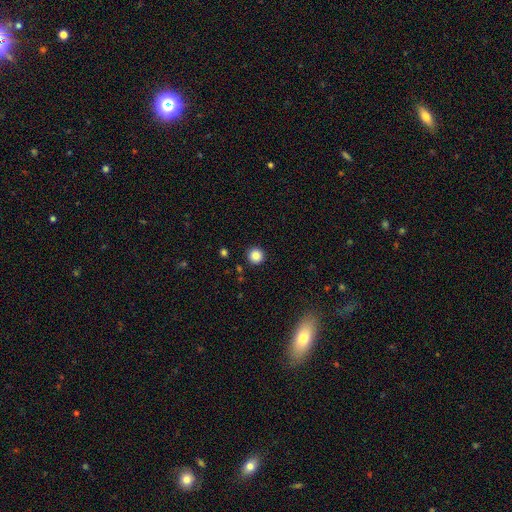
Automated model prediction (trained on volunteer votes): smooth 86%, star or artifact 11%, featured or disk 4%. Down the decision tree: how rounded — round (96%); merging — none (92%).